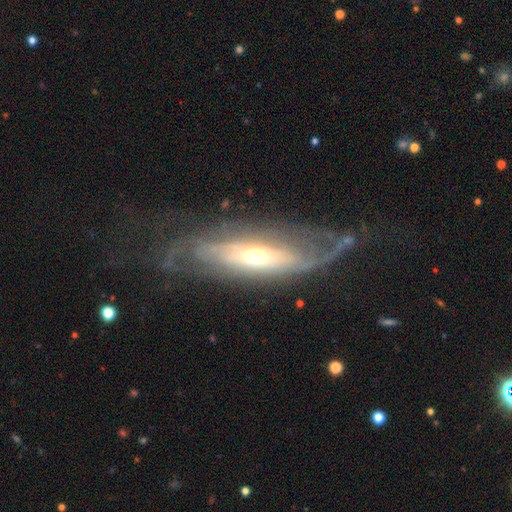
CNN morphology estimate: A featured or disk galaxy (77%) with no bar (67%), spiral arms (73%) and a moderate central bulge (61%).

Vote fractions:
- Smooth or featured? featured or disk: 77% / smooth: 17% / star or artifact: 6%
- Edge-on disk? no: 74% / yes: 26%
- Bar? no: 67% / weak: 20% / strong: 13%
- Spiral arms? yes: 73% / no: 27%
- Bulge size? moderate: 61% / small: 27% / large: 9% / dominant: 2% / none: 1%
- Merging? none: 52% / major disturbance: 25% / minor disturbance: 21% / merger: 2%